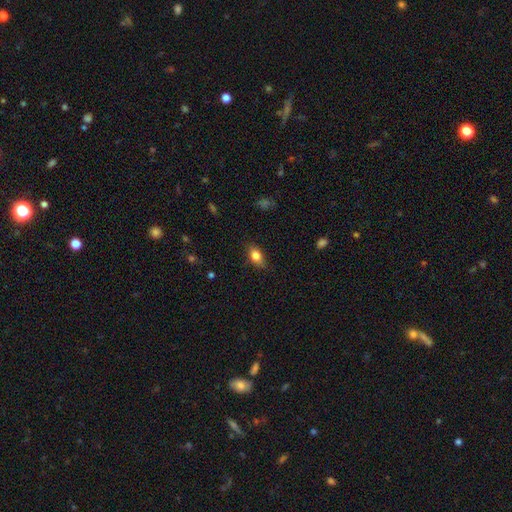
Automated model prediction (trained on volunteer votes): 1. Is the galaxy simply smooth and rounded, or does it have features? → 81% smooth, 11% featured or disk, 8% star or artifact.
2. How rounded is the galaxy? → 83% in between, 11% round, 6% cigar-shaped.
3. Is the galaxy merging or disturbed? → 79% none, 17% minor disturbance, 3% major disturbance, 1% merger.